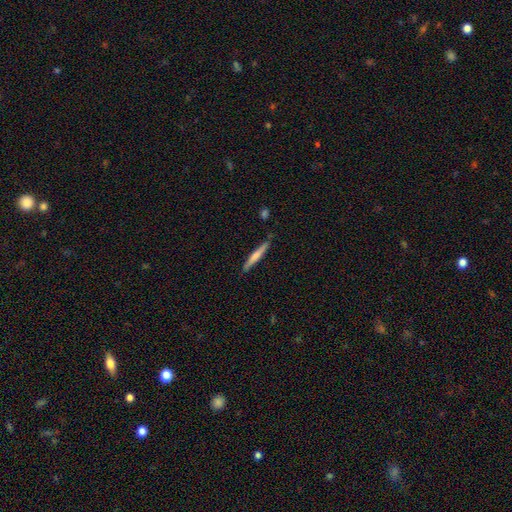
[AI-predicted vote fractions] smooth_or_featured: smooth (p=0.61) [alt: featured or disk p=0.34]
how_rounded: cigar-shaped (p=0.95) [alt: in between p=0.04]
merging: none (p=0.82) [alt: minor disturbance p=0.14]